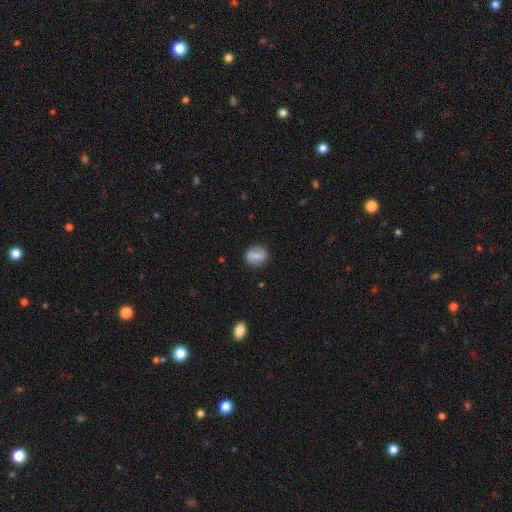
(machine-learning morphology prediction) A smooth galaxy with no disk features (51%) that is round (76%).

Vote fractions:
- Smooth or featured? smooth: 51% / featured or disk: 42% / star or artifact: 8%
- How rounded? round: 76% / in between: 22% / cigar-shaped: 2%
- Merging? none: 85% / minor disturbance: 11% / major disturbance: 3% / merger: 2%